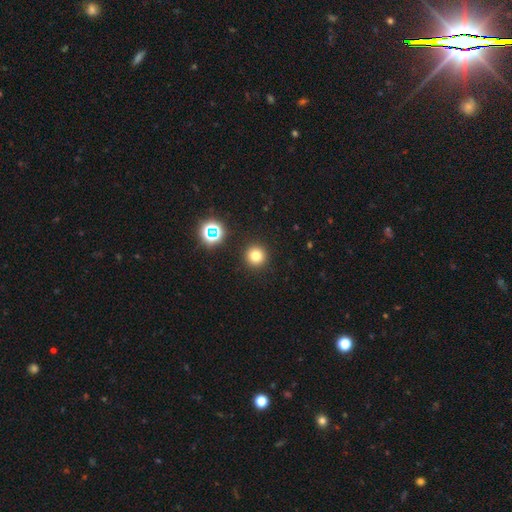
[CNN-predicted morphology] smooth 75%, star or artifact 18%, featured or disk 7%. Down the decision tree: how rounded — round (95%); merging — none (91%).